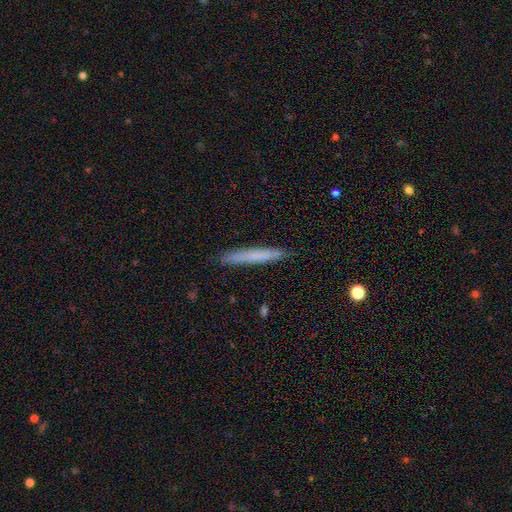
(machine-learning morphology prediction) Overall: smooth (70%). How rounded: cigar-shaped (96%). Merging: none (89%).